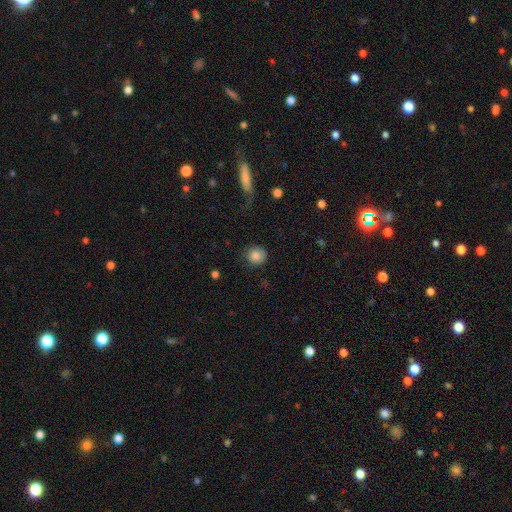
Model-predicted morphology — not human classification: This is clearly a smooth galaxy (82%). How rounded: clearly round (89%). Merging: likely none (77%).